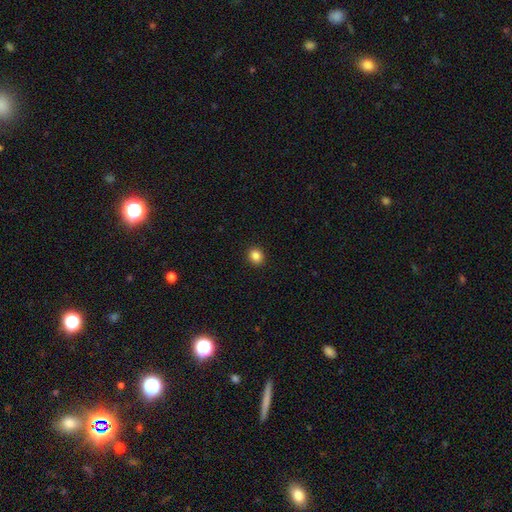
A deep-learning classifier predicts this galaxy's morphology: smooth_or_featured: smooth (p=0.86) [alt: star or artifact p=0.11]
how_rounded: round (p=0.77) [alt: in between p=0.22]
merging: none (p=0.92) [alt: minor disturbance p=0.05]